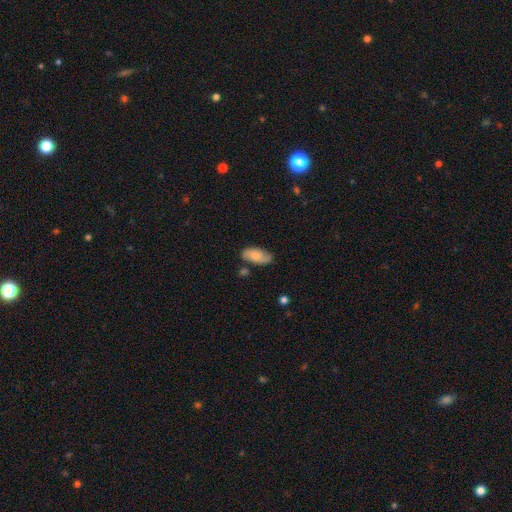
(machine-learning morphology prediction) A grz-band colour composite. It shows a smooth galaxy with no disk features (67%) that is in between round and cigar-shaped (90%). Merging: none (74%).